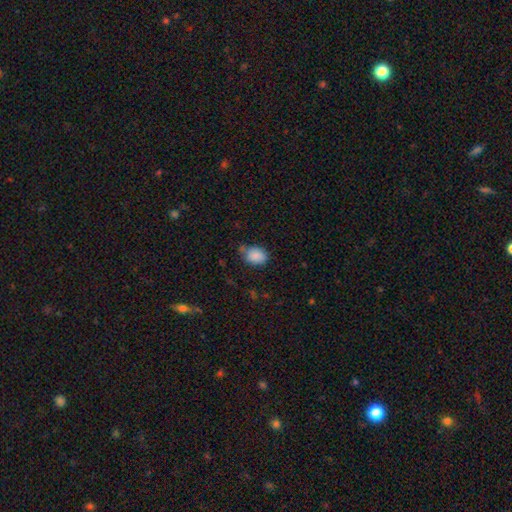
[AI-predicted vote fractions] Overall: smooth (86%). How rounded: in between (72%). Merging: none (59%; minor disturbance 29%).